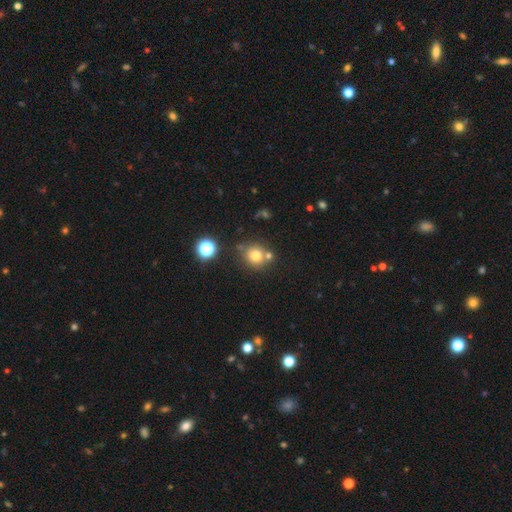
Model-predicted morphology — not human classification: A smooth galaxy with no disk features (75%) that is round (89%).

Vote fractions:
- Smooth or featured? smooth: 75% / star or artifact: 15% / featured or disk: 10%
- How rounded? round: 89% / in between: 10% / cigar-shaped: 1%
- Merging? none: 68% / merger: 18% / minor disturbance: 10% / major disturbance: 4%